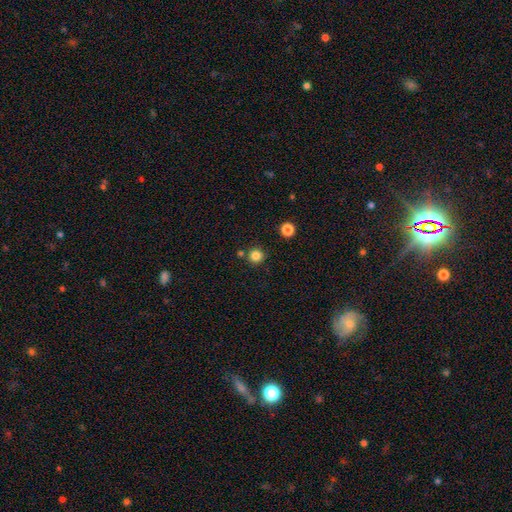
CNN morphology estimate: Smooth or featured? Predicted: smooth (p=0.83). How rounded? Predicted: round (p=0.94). Merging? Predicted: none (p=0.83).